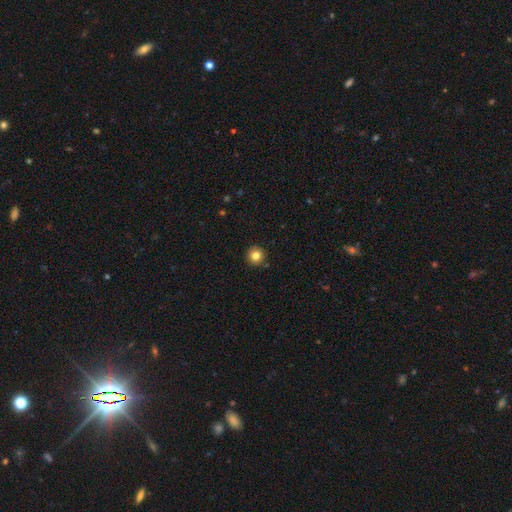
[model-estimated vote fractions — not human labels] A smooth galaxy with no disk features (82%) that is round (95%). Merging: none (91%).